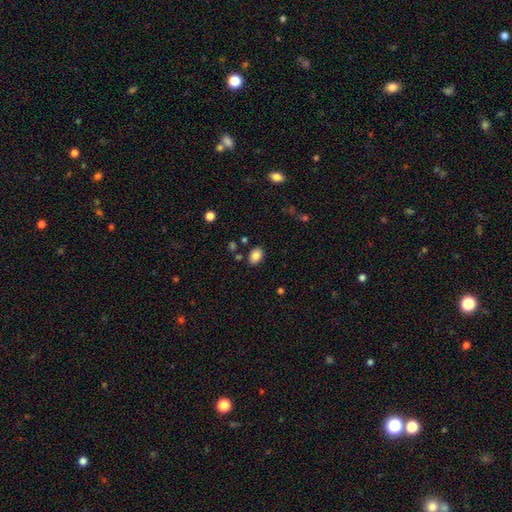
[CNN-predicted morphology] smooth_or_featured: smooth (p=0.85) [alt: star or artifact p=0.09]
how_rounded: in between (p=0.76) [alt: round p=0.23]
merging: none (p=0.83) [alt: minor disturbance p=0.11]